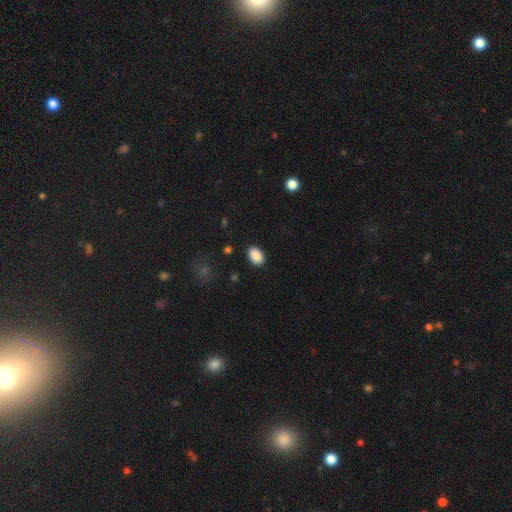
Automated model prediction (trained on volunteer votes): A smooth galaxy with no disk features (90%) that is in between round and cigar-shaped (88%). Merging: none (89%).